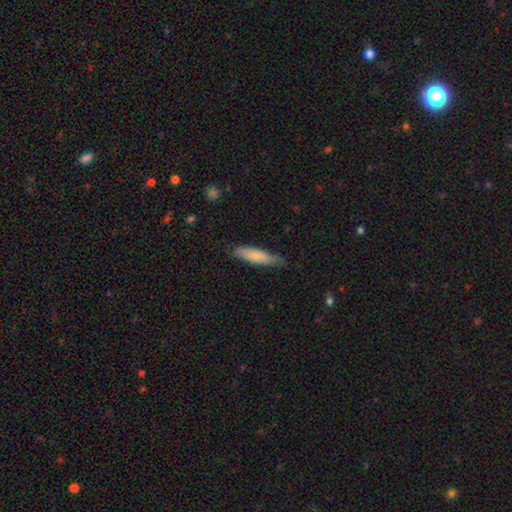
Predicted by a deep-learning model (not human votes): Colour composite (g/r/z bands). It shows a smooth galaxy with no disk features (78%) that is cigar-shaped (72%). Merging: none (73%).